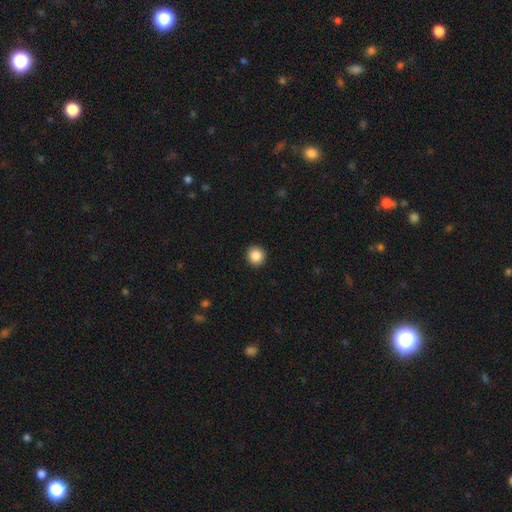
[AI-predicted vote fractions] smooth_or_featured: smooth (p=0.87) [alt: star or artifact p=0.09]
how_rounded: round (p=0.93) [alt: in between p=0.06]
merging: none (p=0.93) [alt: minor disturbance p=0.05]